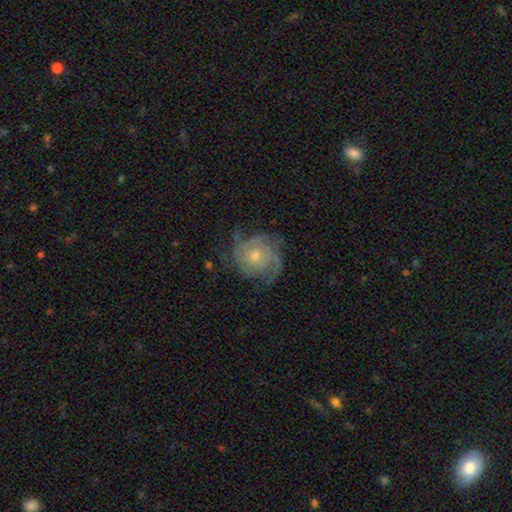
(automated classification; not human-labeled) Q: Smooth or featured?
A: featured or disk (82%); runner-up: smooth (12%)
Q: Edge-on disk?
A: no (98%); runner-up: yes (2%)
Q: Bar?
A: no (80%); runner-up: weak (17%)
Q: Spiral arms?
A: yes (95%); runner-up: no (5%)
Q: Spiral winding?
A: tight (59%); runner-up: medium (31%)
Q: Spiral arm count?
A: 2 (32%); runner-up: 3 (26%)
Q: Bulge size?
A: moderate (48%); runner-up: small (46%)
Q: Merging?
A: none (67%); runner-up: minor disturbance (19%)